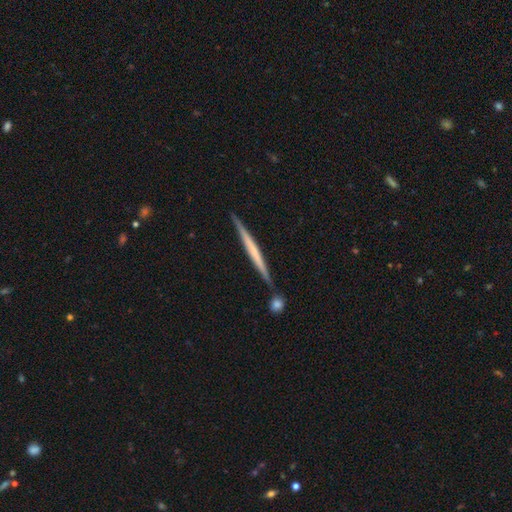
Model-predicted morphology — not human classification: Smooth or featured? Predicted: featured or disk (p=0.61). Edge-on disk? Predicted: yes (p=0.98). Edge-on bulge? Predicted: none (p=0.76). Merging? Predicted: none (p=0.86).